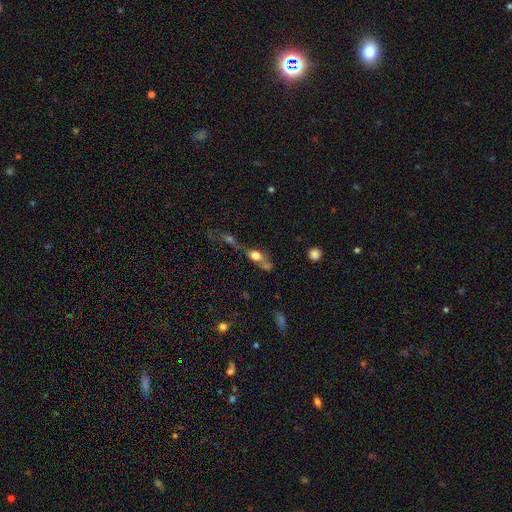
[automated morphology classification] smooth_or_featured: smooth (p=0.67) [alt: featured or disk p=0.20]
how_rounded: in between (p=0.61) [alt: round p=0.24]
merging: merger (p=0.51) [alt: none p=0.24]